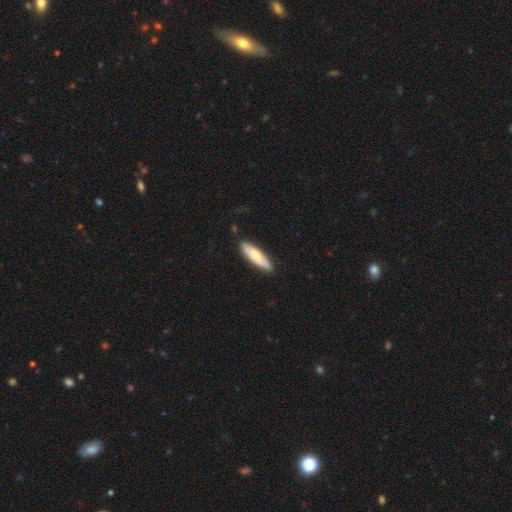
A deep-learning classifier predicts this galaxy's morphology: Overall: smooth (67%; featured or disk 28%). How rounded: cigar-shaped (60%; in between 39%). Merging: none (85%).